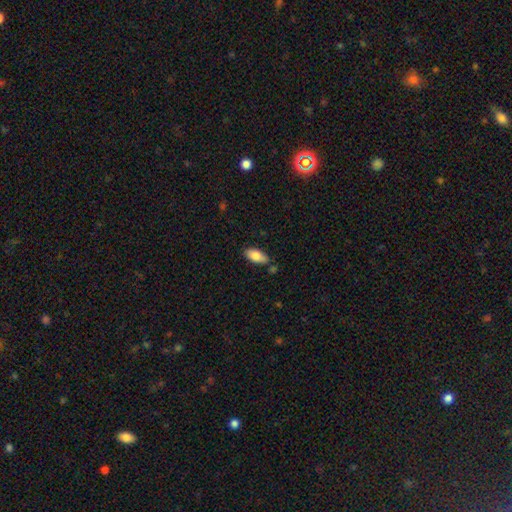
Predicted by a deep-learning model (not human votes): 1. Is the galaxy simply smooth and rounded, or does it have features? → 82% smooth, 11% featured or disk, 7% star or artifact.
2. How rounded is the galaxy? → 90% in between, 8% cigar-shaped, 2% round.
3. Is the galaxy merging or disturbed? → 77% none, 15% minor disturbance, 5% merger, 3% major disturbance.